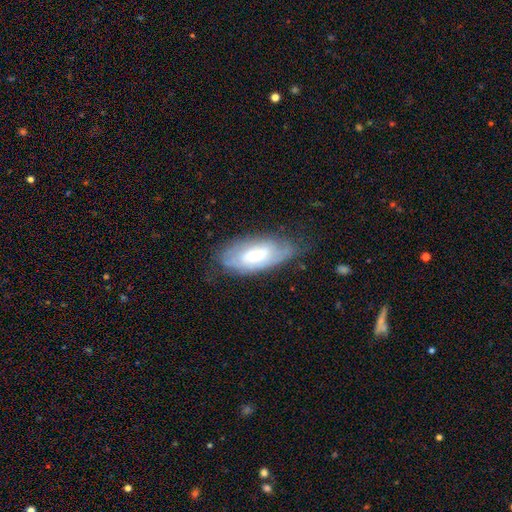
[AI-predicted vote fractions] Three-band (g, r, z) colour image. It shows a featured or disk galaxy (55%). Merging: none (60%).